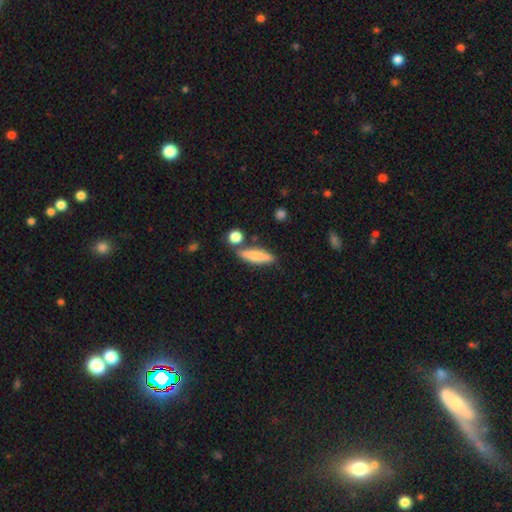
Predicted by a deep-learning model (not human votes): Morphology: type=smooth (68%); roundness=cigar-shaped (73%); merging=none (74%).